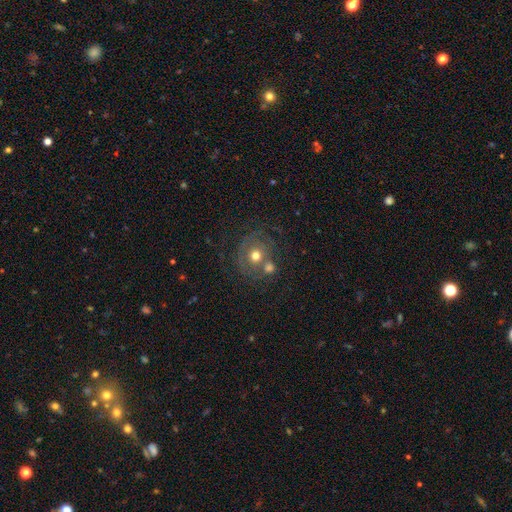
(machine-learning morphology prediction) type=smooth (44%); merging=none (51%).